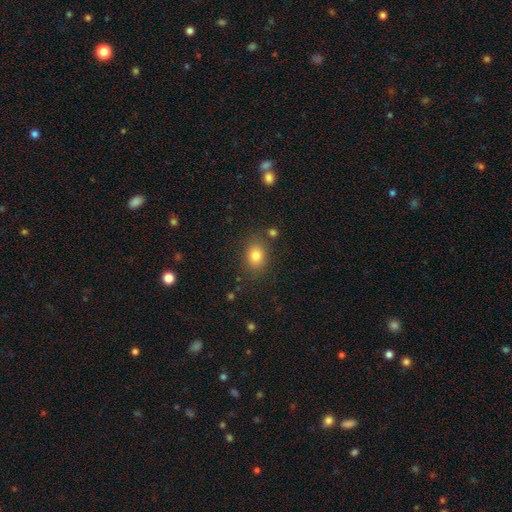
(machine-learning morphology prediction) type=smooth (82%); roundness=in between (50%); merging=none (81%).